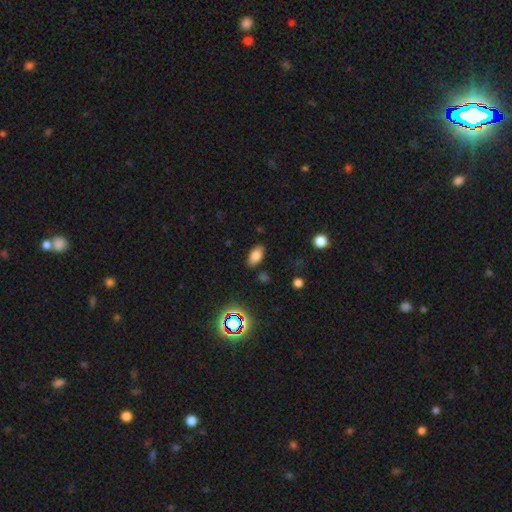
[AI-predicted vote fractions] Smooth or featured: smooth — 80% (star or artifact — 13%)
How rounded: in between — 91% (round — 6%)
Merging: none — 84% (minor disturbance — 11%)